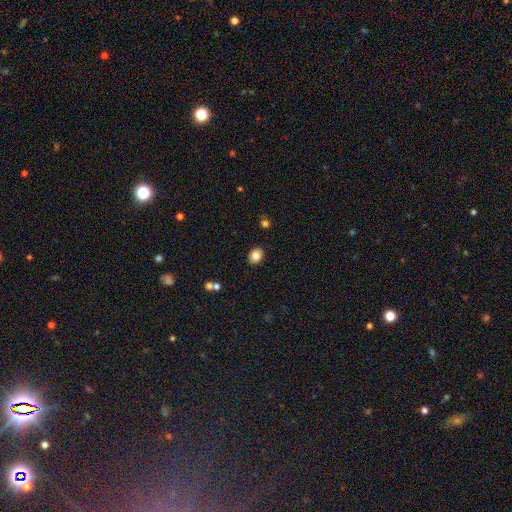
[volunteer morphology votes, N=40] This appears to be a smooth galaxy with no disk features (90%) that is in between round and cigar-shaped (53%). Merging: none (87%).